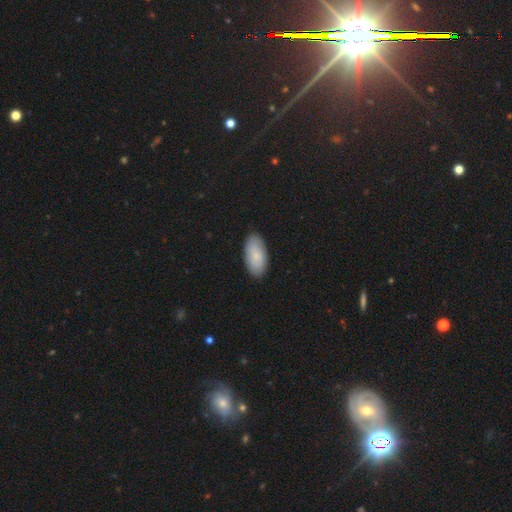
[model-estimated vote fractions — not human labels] Overall: smooth (81%). How rounded: in between (95%). Merging: none (87%).